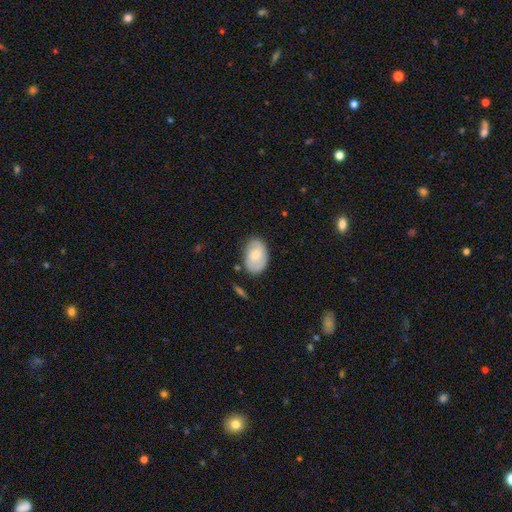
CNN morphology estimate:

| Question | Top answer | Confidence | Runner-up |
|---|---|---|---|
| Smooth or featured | smooth | 50% | featured or disk (44%) |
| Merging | none | 72% | minor disturbance (20%) |